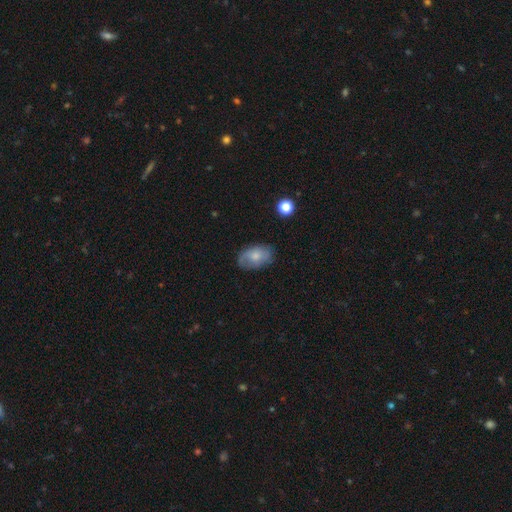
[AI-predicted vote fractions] A smooth galaxy with no disk features (58%) that is in between round and cigar-shaped (87%).

Vote fractions:
- Smooth or featured? smooth: 58% / featured or disk: 34% / star or artifact: 8%
- How rounded? in between: 87% / round: 11% / cigar-shaped: 2%
- Merging? none: 70% / minor disturbance: 22% / major disturbance: 7% / merger: 2%